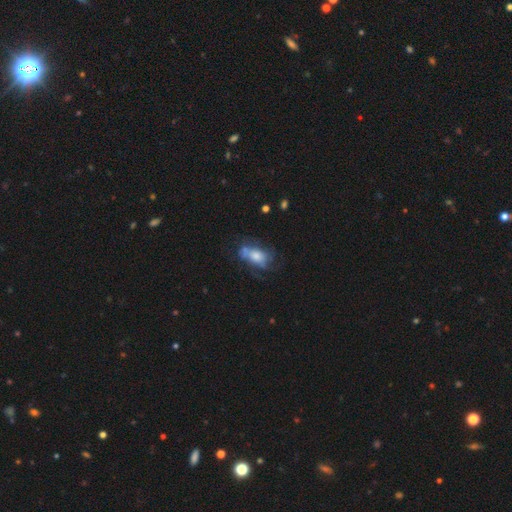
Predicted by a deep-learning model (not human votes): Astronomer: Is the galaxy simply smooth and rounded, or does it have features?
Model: smooth — 47% (runner-up: featured or disk, 44%).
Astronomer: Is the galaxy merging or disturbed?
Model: none — 41% (runner-up: minor disturbance, 26%).